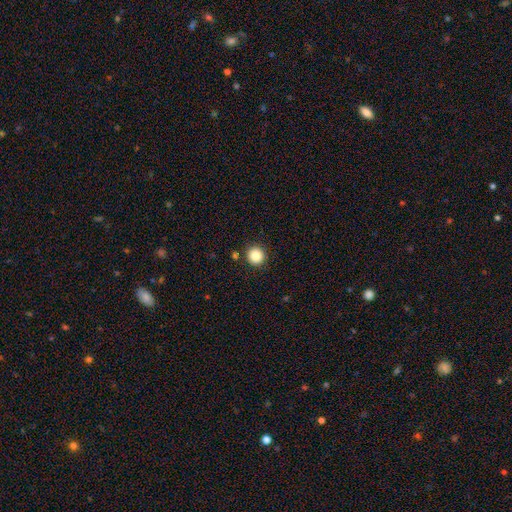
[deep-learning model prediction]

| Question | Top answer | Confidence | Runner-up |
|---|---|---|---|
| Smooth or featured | smooth | 86% | star or artifact (10%) |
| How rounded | round | 93% | in between (6%) |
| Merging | none | 89% | minor disturbance (6%) |